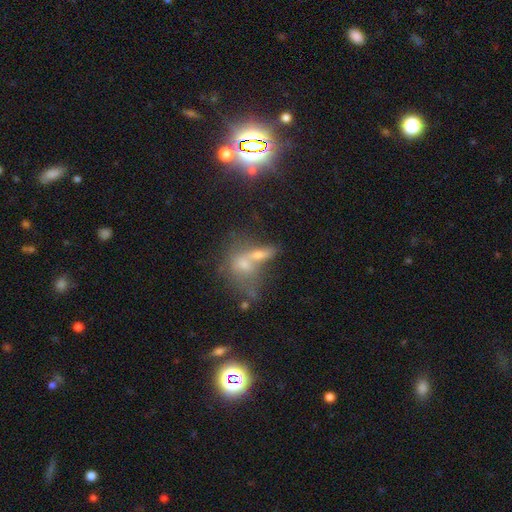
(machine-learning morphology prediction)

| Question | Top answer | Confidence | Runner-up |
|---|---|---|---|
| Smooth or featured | star or artifact | 39% | smooth (36%) |